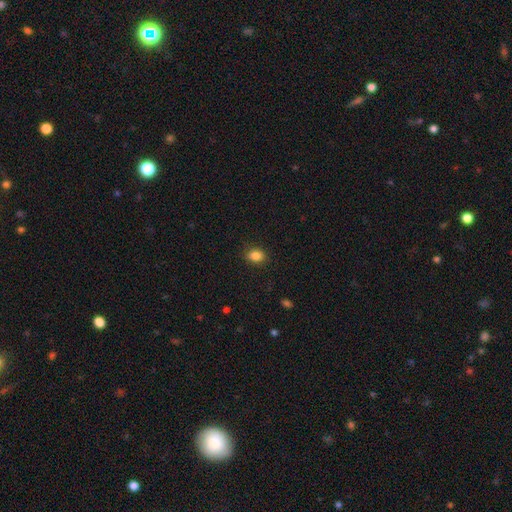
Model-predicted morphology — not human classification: Q: Smooth or featured?
A: smooth (86%); runner-up: star or artifact (10%)
Q: How rounded?
A: in between (61%); runner-up: round (37%)
Q: Merging?
A: none (88%); runner-up: minor disturbance (9%)